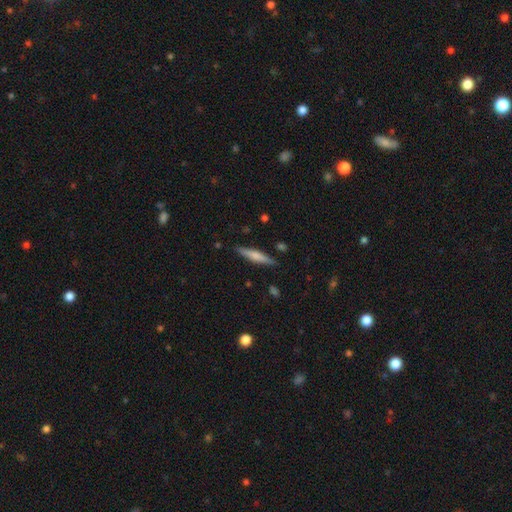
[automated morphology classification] smooth_or_featured: smooth (p=0.49) [alt: featured or disk p=0.45]
merging: none (p=0.88) [alt: minor disturbance p=0.08]